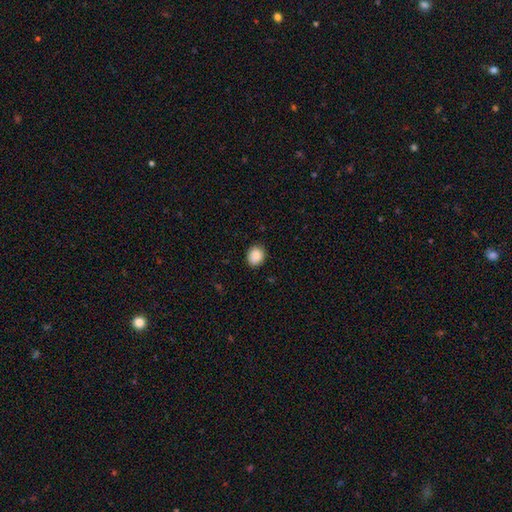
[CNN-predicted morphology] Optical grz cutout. It shows a smooth galaxy with no disk features (88%) that is round (68%). Merging: none (86%).